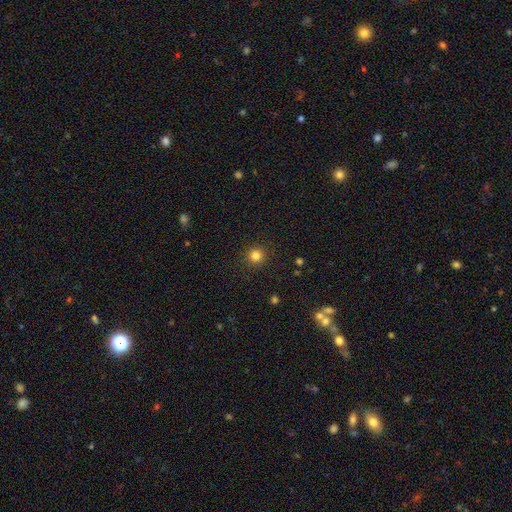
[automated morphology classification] Overall: smooth (82%). How rounded: round (94%). Merging: none (91%).